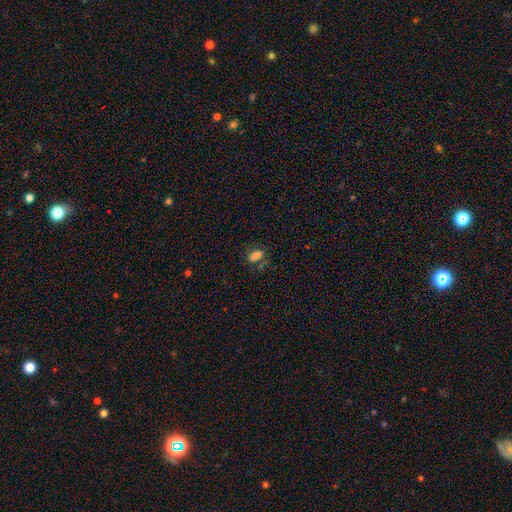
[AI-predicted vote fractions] Smooth or featured? smooth (75%)
How rounded? in between (83%)
Merging? none (70%)